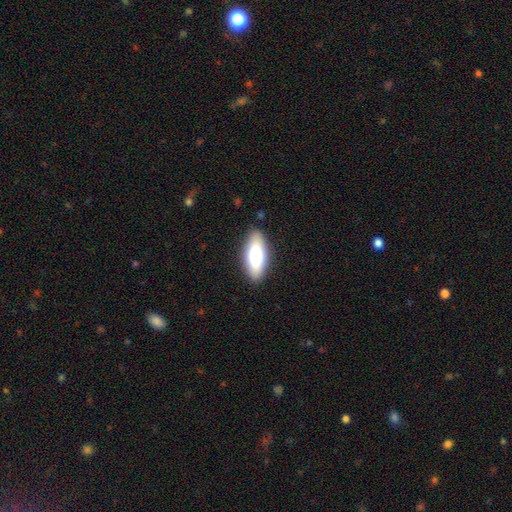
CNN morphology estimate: Smooth or featured: smooth — 69% (featured or disk — 24%)
How rounded: in between — 72% (cigar-shaped — 25%)
Merging: none — 87% (minor disturbance — 10%)